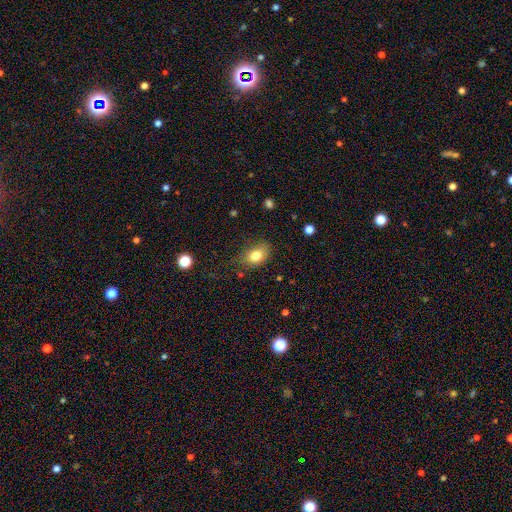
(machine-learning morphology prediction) The model was most divided on "merging": none: 69%, minor disturbance: 22%, major disturbance: 6%, merger: 2%. More confident: how rounded — in between (85%); smooth or featured — smooth (80%).